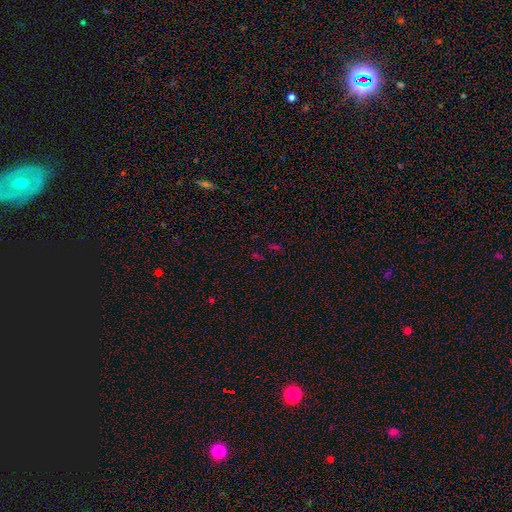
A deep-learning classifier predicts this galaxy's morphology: Smooth or featured? star or artifact (59%)